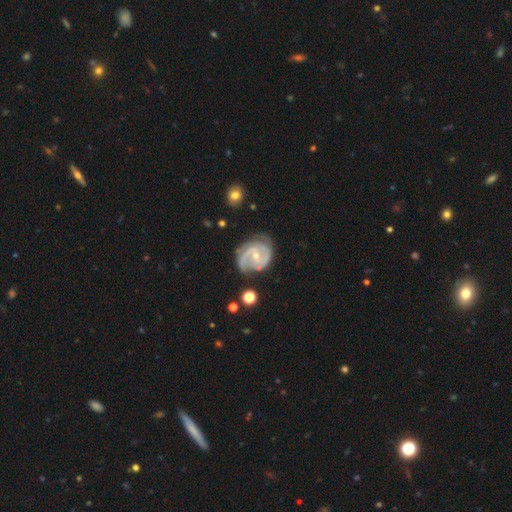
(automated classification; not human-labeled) smooth-or-featured: featured or disk: 89% | smooth: 7% | star or artifact: 5%
  disk-edge-on: no: 98% | yes: 2%
    bar: no: 43% (tied) | weak: 43% (tied) | strong: 14%
    has-spiral-arms: yes: 97% | no: 3%
      spiral-winding: medium: 50% | tight: 38% | loose: 12%
      spiral-arm-count: 2: 77% | 3: 9% | can't tell: 7% | 1: 3% | 4: 2% | more than 4: 2%
    bulge-size: small: 66% | moderate: 31% | none: 2% | large: 1% | dominant: 1%
  merging: none: 66% | minor disturbance: 23% | major disturbance: 8% | merger: 3%